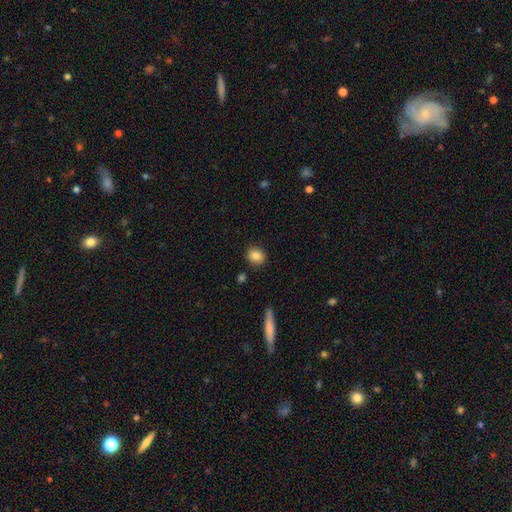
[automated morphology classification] smooth_or_featured: smooth (p=0.85) [alt: star or artifact p=0.09]
how_rounded: round (p=0.71) [alt: in between p=0.28]
merging: none (p=0.88) [alt: minor disturbance p=0.08]